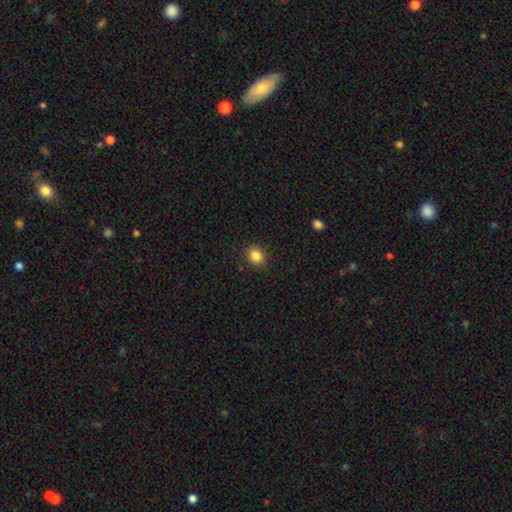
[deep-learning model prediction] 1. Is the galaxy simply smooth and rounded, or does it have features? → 85% smooth, 11% star or artifact, 4% featured or disk.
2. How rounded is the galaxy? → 75% round, 24% in between, 1% cigar-shaped.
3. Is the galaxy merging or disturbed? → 89% none, 7% minor disturbance, 2% major disturbance, 1% merger.